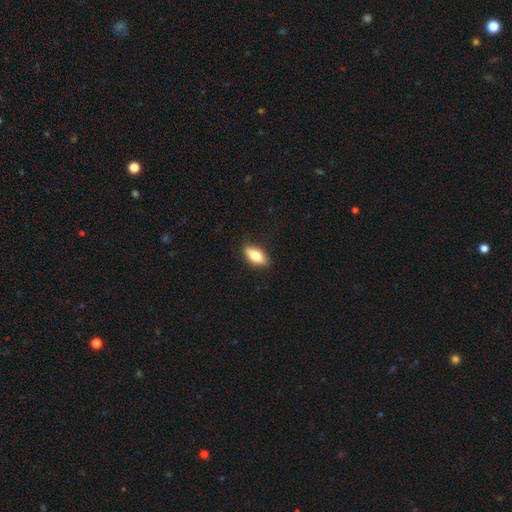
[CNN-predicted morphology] Smooth or featured: smooth — 72% (featured or disk — 21%)
How rounded: in between — 85% (cigar-shaped — 11%)
Merging: none — 86% (minor disturbance — 11%)